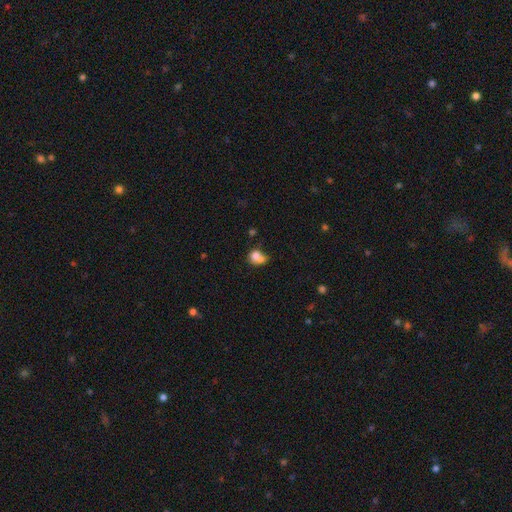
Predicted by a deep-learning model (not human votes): Smooth or featured? smooth (74%)
How rounded? round (59%)
Merging? merger (42%)